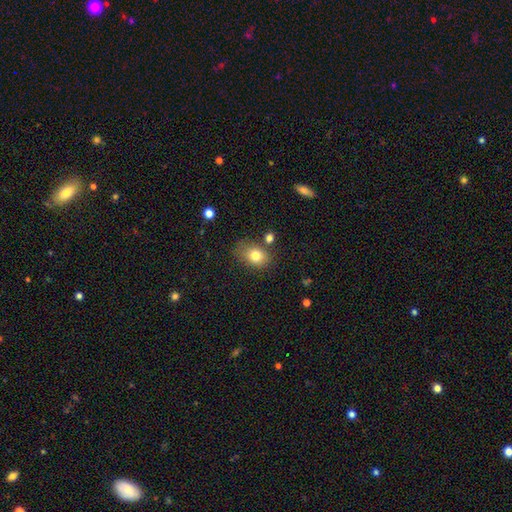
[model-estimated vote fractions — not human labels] A smooth galaxy with no disk features (80%) that is in between round and cigar-shaped (64%).

Vote fractions:
- Smooth or featured? smooth: 80% / featured or disk: 10% / star or artifact: 10%
- How rounded? in between: 64% / round: 35% / cigar-shaped: 1%
- Merging? none: 68% / minor disturbance: 19% / merger: 7% / major disturbance: 6%